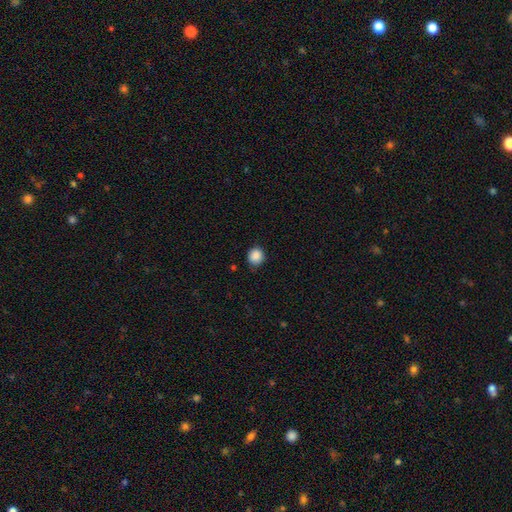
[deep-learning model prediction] This appears to be a smooth galaxy with no disk features (88%) that is round (85%). Merging: none (83%).